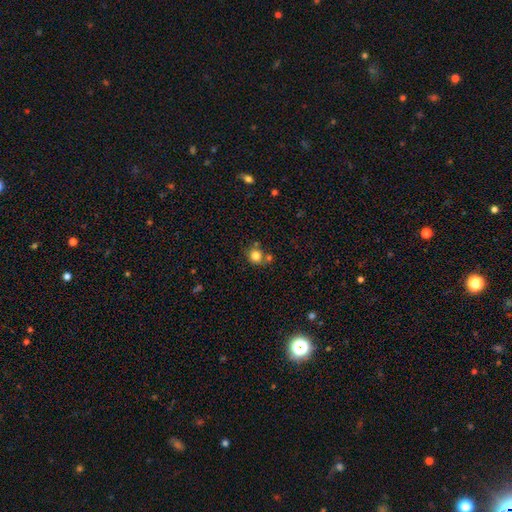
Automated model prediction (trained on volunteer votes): Smooth or featured: smooth — 80% (star or artifact — 12%)
How rounded: round — 83% (in between — 16%)
Merging: none — 66% (merger — 18%)